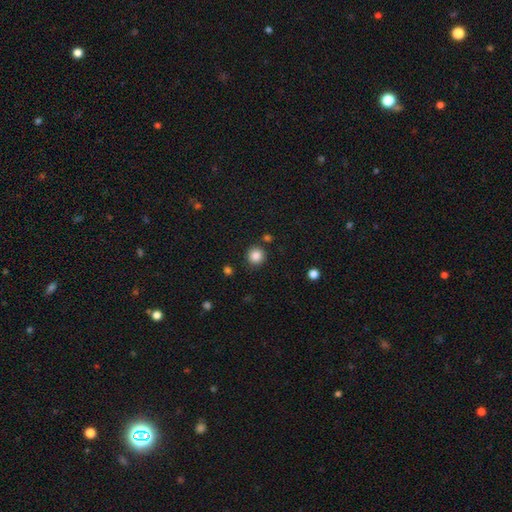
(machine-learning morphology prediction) type=smooth (86%); roundness=round (93%); merging=none (86%).